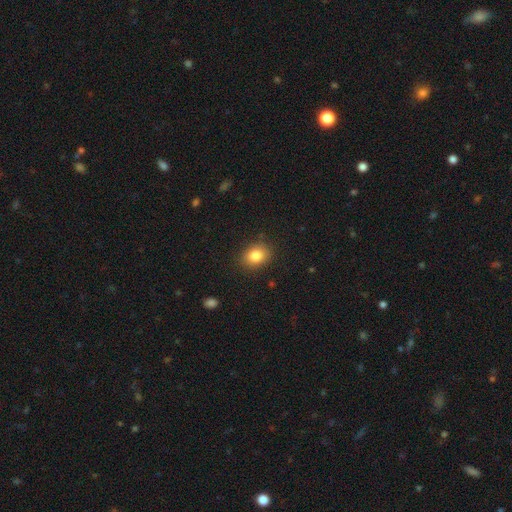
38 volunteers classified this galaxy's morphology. This is clearly a smooth galaxy (89%). How rounded: possibly round (53%). Merging: clearly none (81%).